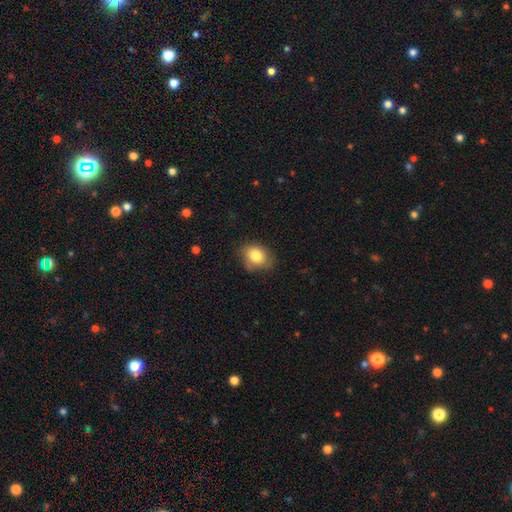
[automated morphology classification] A smooth galaxy with no disk features (82%) that is in between round and cigar-shaped (57%). Merging: none (69%).